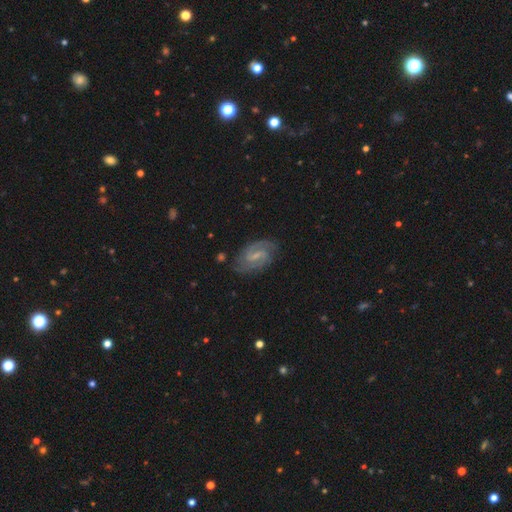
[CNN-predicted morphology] Smooth or featured? Predicted: featured or disk (p=0.85). Edge-on disk? Predicted: no (p=0.97). Bar? Predicted: weak (p=0.58). Spiral arms? Predicted: yes (p=0.97). Spiral winding? Predicted: medium (p=0.49). Spiral arm count? Predicted: 2 (p=0.83). Bulge size? Predicted: small (p=0.52). Merging? Predicted: none (p=0.80).